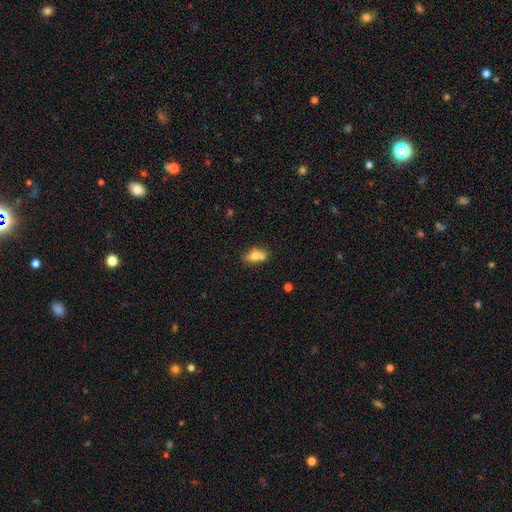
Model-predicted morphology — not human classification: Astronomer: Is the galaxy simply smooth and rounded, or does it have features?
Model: smooth — 69%.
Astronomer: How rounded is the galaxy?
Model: in between — 71%.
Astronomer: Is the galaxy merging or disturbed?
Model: none — 47% (runner-up: merger, 36%).